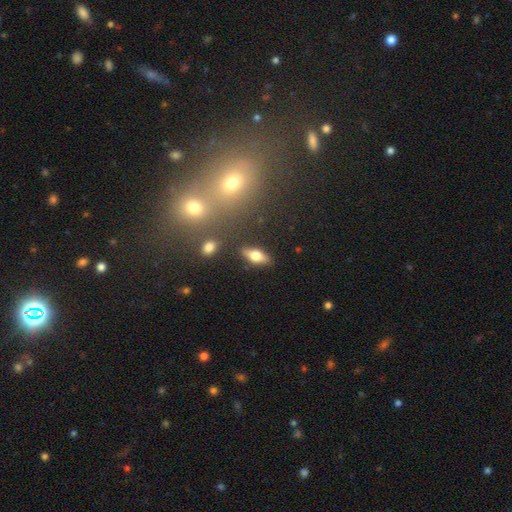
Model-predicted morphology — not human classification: This appears to be a smooth galaxy with no disk features (55%) that is in between round and cigar-shaped (71%). Merging: none (84%).